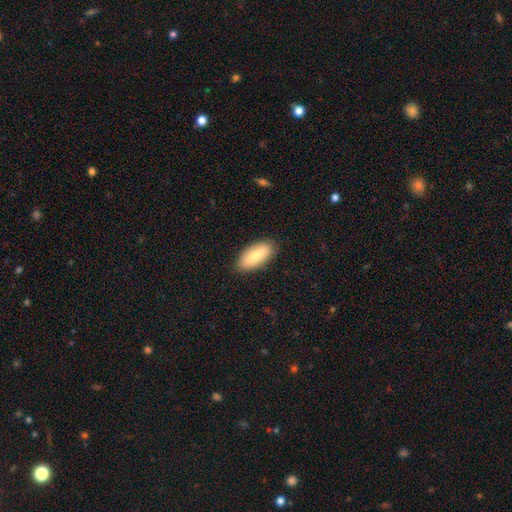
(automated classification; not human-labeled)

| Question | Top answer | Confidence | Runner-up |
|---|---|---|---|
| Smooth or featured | smooth | 66% | featured or disk (28%) |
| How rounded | in between | 83% | cigar-shaped (15%) |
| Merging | none | 86% | minor disturbance (10%) |